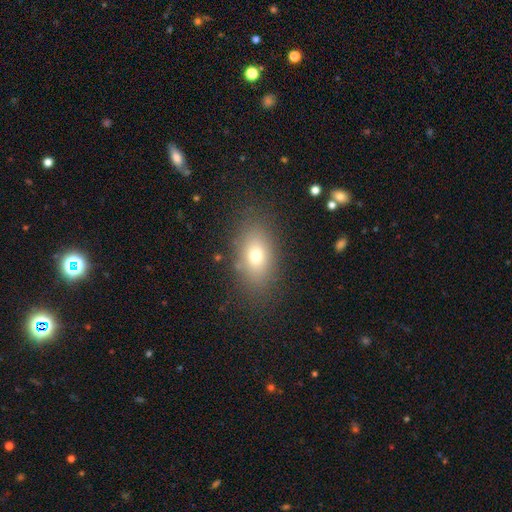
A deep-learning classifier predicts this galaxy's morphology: smooth 71%, featured or disk 16%, star or artifact 13%. Down the decision tree: how rounded — in between (83%); merging — none (83%).